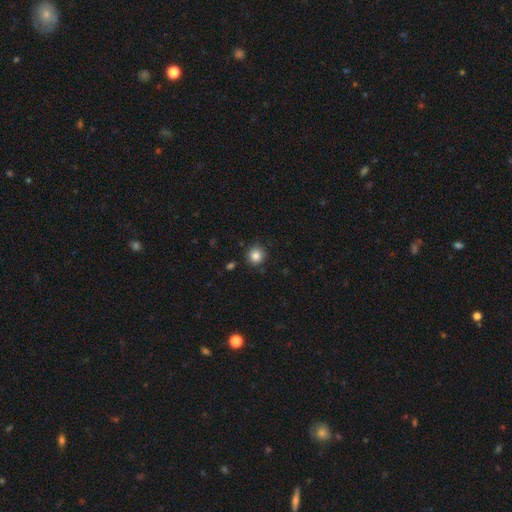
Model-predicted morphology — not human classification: smooth 84%, star or artifact 11%, featured or disk 5%. Down the decision tree: how rounded — round (92%); merging — none (88%).